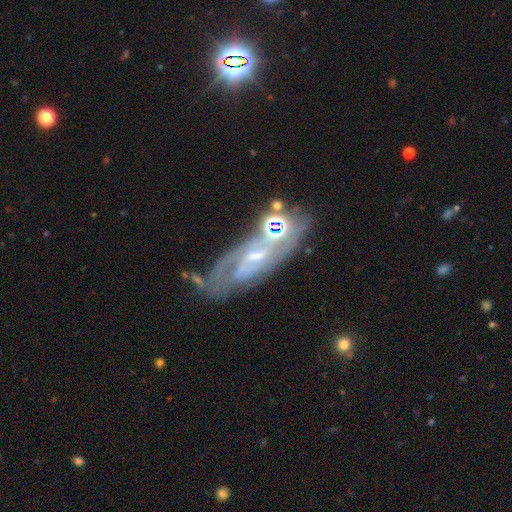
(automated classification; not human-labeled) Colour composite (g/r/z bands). It shows a featured or disk galaxy (80%) with a weak bar (44%), 2 (55%) tight (44%) spiral arms (89%) and a small central bulge (65%). Merging: none (63%).